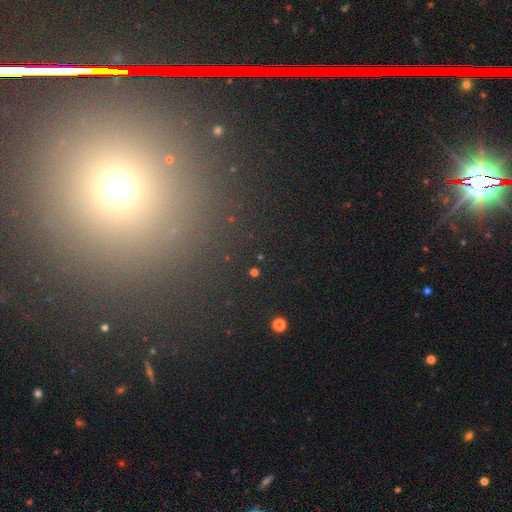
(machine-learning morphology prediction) Q: Smooth or featured?
A: star or artifact (56%); runner-up: smooth (34%)